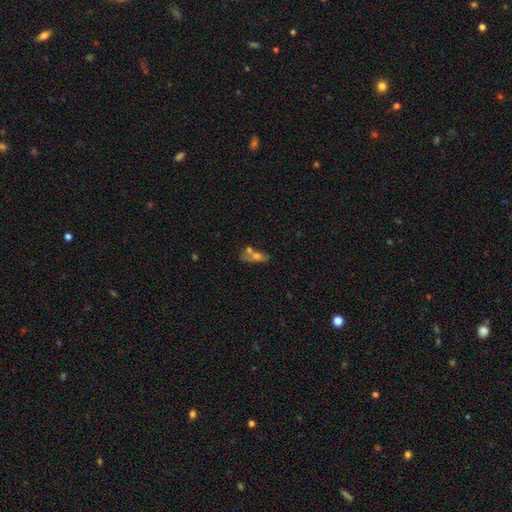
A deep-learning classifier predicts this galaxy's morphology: This appears to be a smooth galaxy with no disk features (45%). Merging: merger (40%).